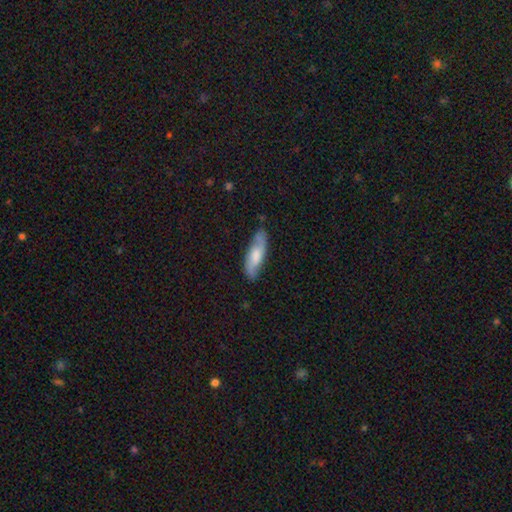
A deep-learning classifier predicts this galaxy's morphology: Smooth or featured?
  - smooth: 56% *
  - featured or disk: 38%
  - star or artifact: 6%
How rounded?
  - in between: 51% *
  - cigar-shaped: 47%
  - round: 2%
Merging?
  - none: 77% *
  - minor disturbance: 17%
  - major disturbance: 3%
  - merger: 2%